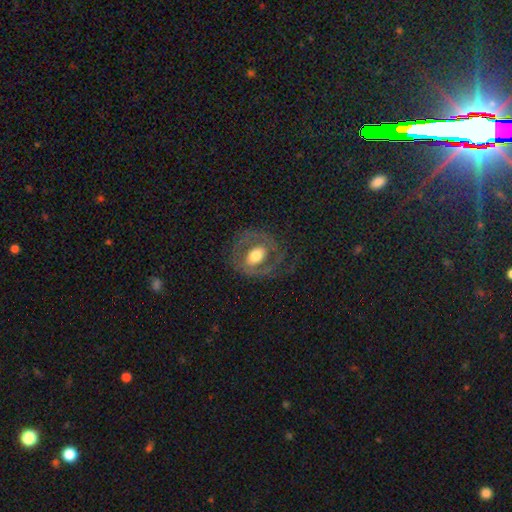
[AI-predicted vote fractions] A featured or disk galaxy (66%) with no bar (53%), spiral arms (55%) and a moderate central bulge (57%). Merging: none (65%).